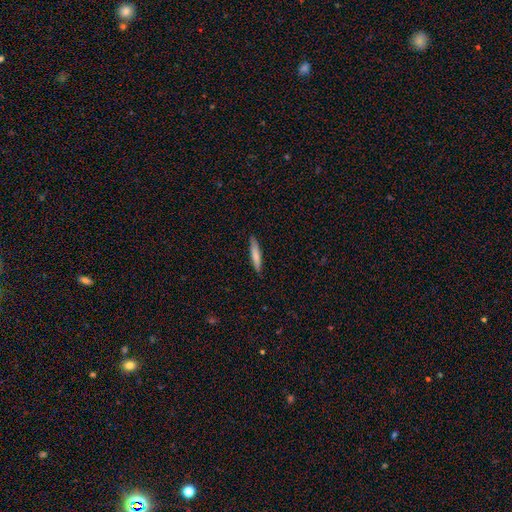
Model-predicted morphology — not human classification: The model was most divided on "smooth or featured": smooth: 78%, featured or disk: 17%, star or artifact: 5%. More confident: how rounded — cigar-shaped (92%); merging — none (88%).